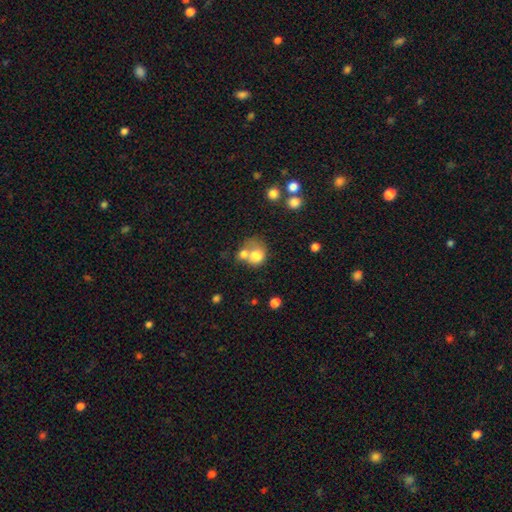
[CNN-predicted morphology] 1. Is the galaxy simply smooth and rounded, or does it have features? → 75% smooth, 14% featured or disk, 11% star or artifact.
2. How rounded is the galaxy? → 72% round, 27% in between, 1% cigar-shaped.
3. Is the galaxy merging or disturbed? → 52% merger, 29% none, 11% minor disturbance, 9% major disturbance.